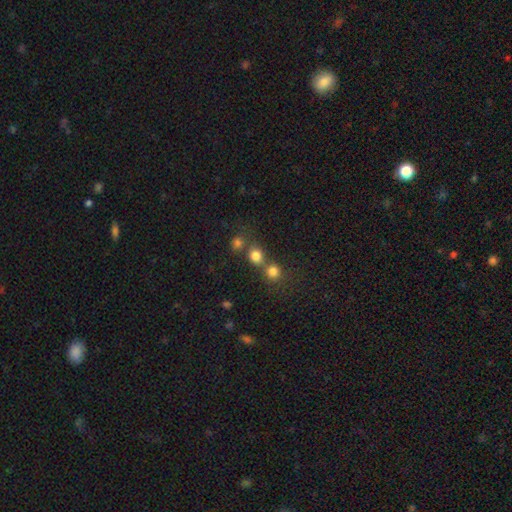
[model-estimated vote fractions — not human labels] Smooth or featured? Predicted: smooth (p=0.78). How rounded? Predicted: round (p=0.79). Merging? Predicted: none (p=0.52).